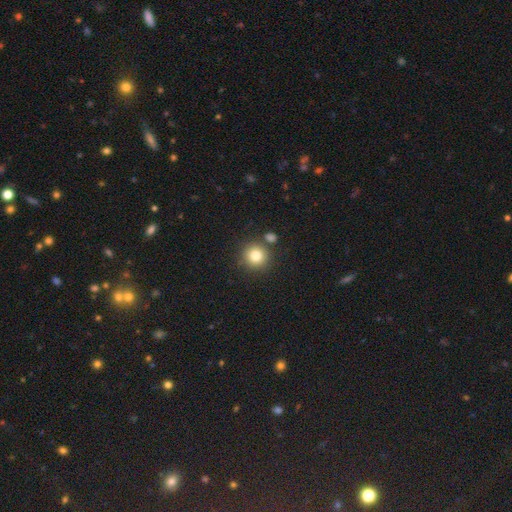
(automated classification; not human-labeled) The model was most divided on "smooth or featured": smooth: 81%, star or artifact: 12%, featured or disk: 7%. More confident: how rounded — round (93%); merging — none (80%).